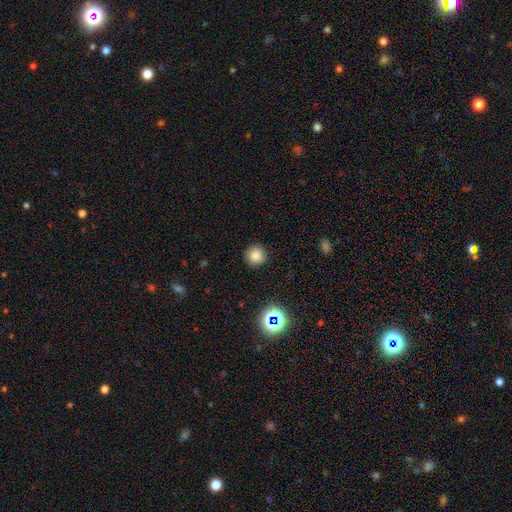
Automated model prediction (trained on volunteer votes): Smooth or featured?
  - smooth: 80% *
  - star or artifact: 14%
  - featured or disk: 7%
How rounded?
  - round: 94% *
  - in between: 5%
  - cigar-shaped: 1%
Merging?
  - none: 90% *
  - minor disturbance: 7%
  - major disturbance: 2%
  - merger: 1%